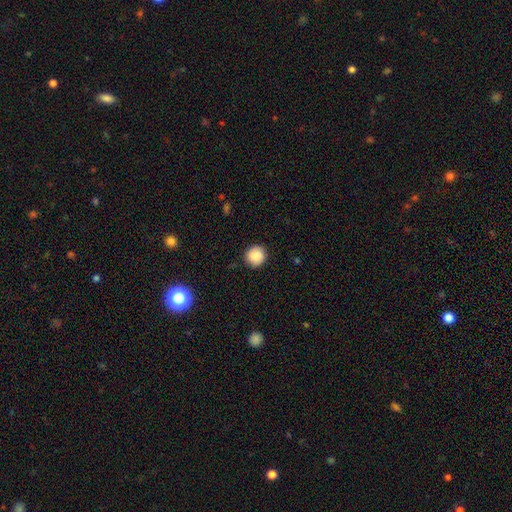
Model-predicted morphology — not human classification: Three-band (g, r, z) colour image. It shows a smooth galaxy with no disk features (88%) that is round (92%). Merging: none (89%).